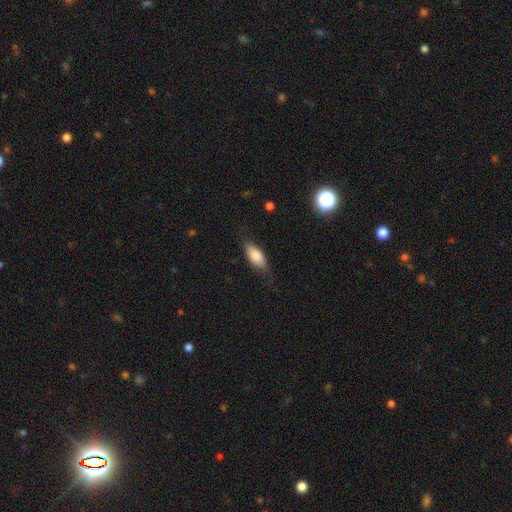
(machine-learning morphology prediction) smooth-or-featured: smooth: 78% | featured or disk: 16% | star or artifact: 6%
  how-rounded: in between: 79% | cigar-shaped: 18% | round: 3%
  merging: none: 72% | minor disturbance: 20% | major disturbance: 6% | merger: 1%